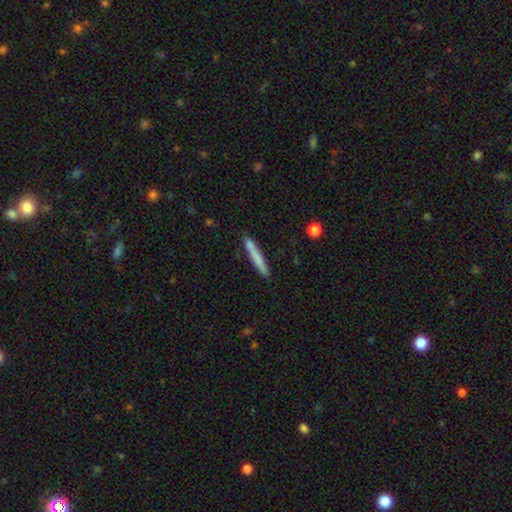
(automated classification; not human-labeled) A smooth galaxy with no disk features (74%) that is cigar-shaped (96%).

Vote fractions:
- Smooth or featured? smooth: 74% / featured or disk: 20% / star or artifact: 6%
- How rounded? cigar-shaped: 96% / in between: 3% / round: 1%
- Merging? none: 86% / minor disturbance: 10% / merger: 3% / major disturbance: 2%